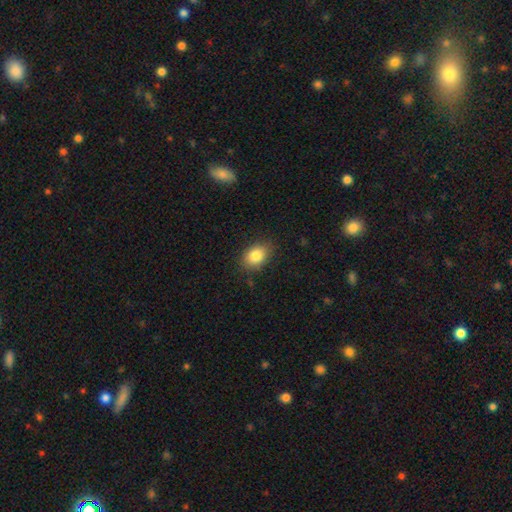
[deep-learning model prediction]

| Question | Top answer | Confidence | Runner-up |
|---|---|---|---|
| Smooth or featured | smooth | 84% | star or artifact (8%) |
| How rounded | in between | 75% | round (24%) |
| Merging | none | 83% | minor disturbance (13%) |